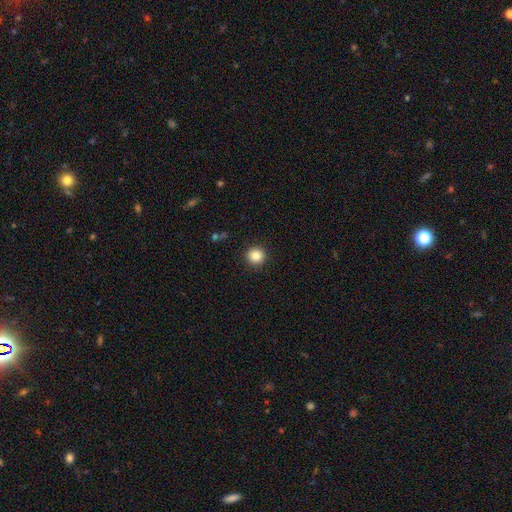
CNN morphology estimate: Smooth or featured?
  - smooth: 85% *
  - star or artifact: 11%
  - featured or disk: 4%
How rounded?
  - round: 95% *
  - in between: 4%
  - cigar-shaped: 1%
Merging?
  - none: 92% *
  - minor disturbance: 5%
  - major disturbance: 2%
  - merger: 1%